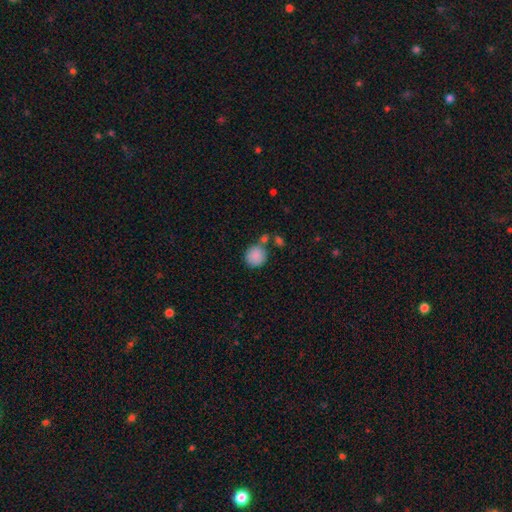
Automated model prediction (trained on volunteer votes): This is clearly a smooth galaxy (88%). How rounded: clearly round (90%). Merging: likely none (67%).